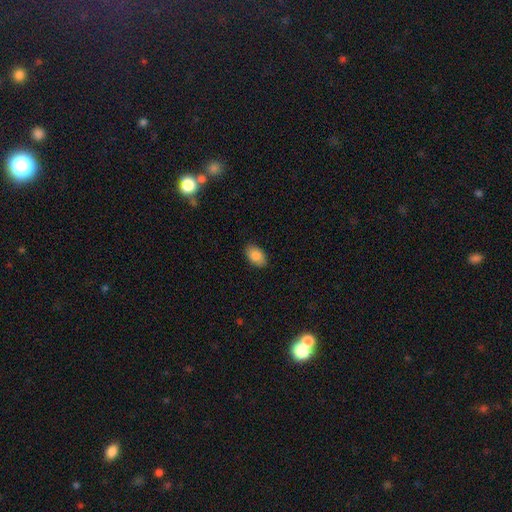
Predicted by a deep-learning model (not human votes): The model was most divided on "merging": none: 87%, minor disturbance: 10%, major disturbance: 2%, merger: 1%. More confident: how rounded — in between (91%); smooth or featured — smooth (88%).